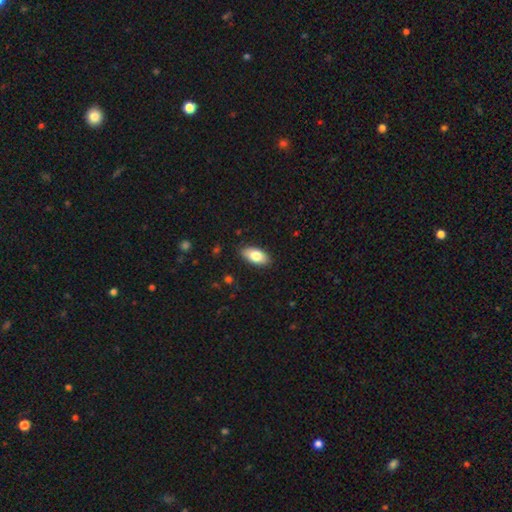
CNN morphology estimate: This appears to be a smooth galaxy with no disk features (82%) that is in between round and cigar-shaped (92%). Merging: none (87%).